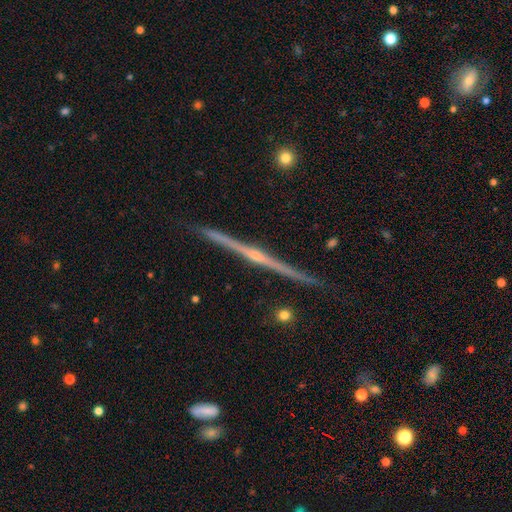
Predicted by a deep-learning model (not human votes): A featured or disk galaxy (89%) viewed edge-on (99%) with a rounded central bulge (86%).

Vote fractions:
- Smooth or featured? featured or disk: 89% / smooth: 6% / star or artifact: 5%
- Edge-on disk? yes: 99% / no: 1%
- Edge-on bulge? rounded: 86% / none: 10% / boxy: 4%
- Merging? none: 92% / minor disturbance: 6% / merger: 1% / major disturbance: 1%